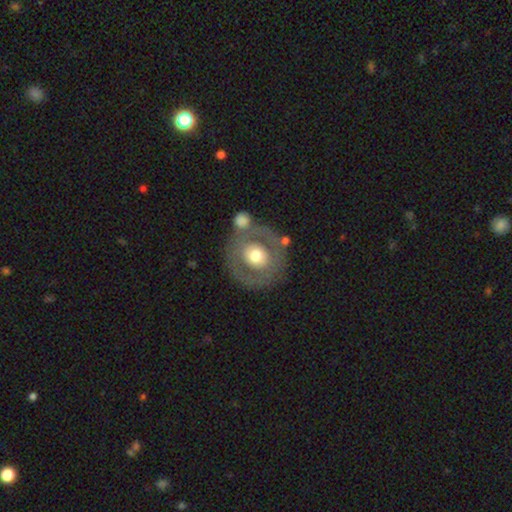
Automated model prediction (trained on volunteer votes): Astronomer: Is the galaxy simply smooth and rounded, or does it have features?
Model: smooth — 49% (runner-up: featured or disk, 45%).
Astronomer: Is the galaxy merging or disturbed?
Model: none — 68%.